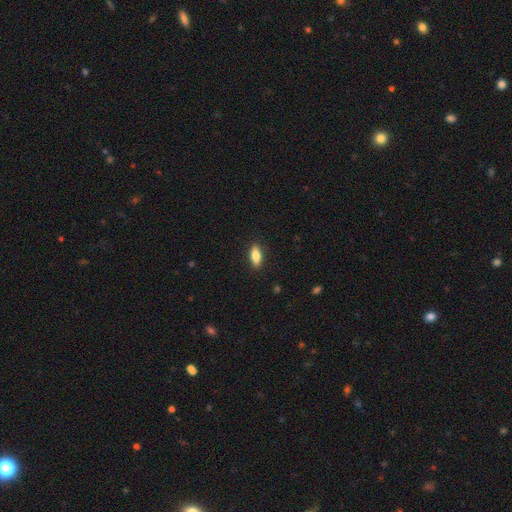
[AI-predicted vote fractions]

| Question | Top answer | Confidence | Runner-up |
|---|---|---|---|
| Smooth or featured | smooth | 78% | featured or disk (16%) |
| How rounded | in between | 73% | cigar-shaped (24%) |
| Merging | none | 88% | minor disturbance (8%) |